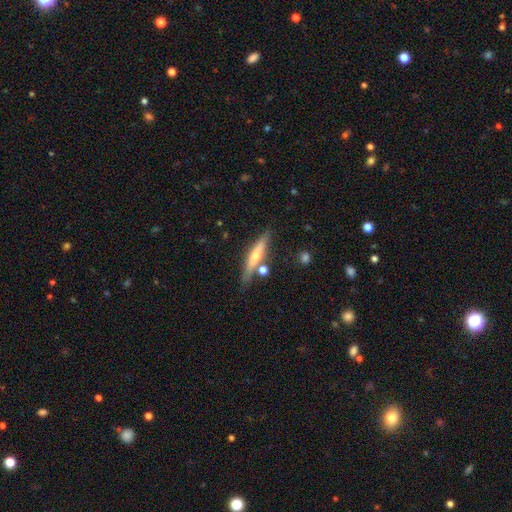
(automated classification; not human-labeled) Morphology: type=featured or disk (54%); edge-on=yes (93%); edge-on bulge=rounded (77%); merging=none (77%).